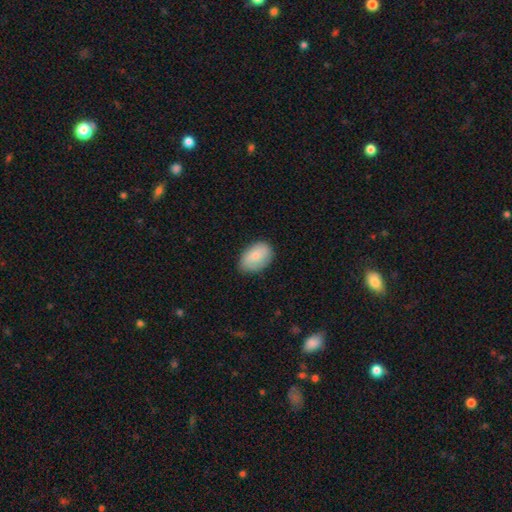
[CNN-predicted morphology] type=smooth (81%); roundness=in between (88%); merging=none (78%).